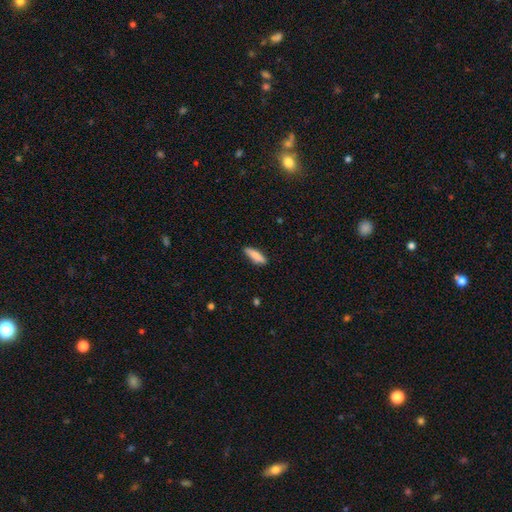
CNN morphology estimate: smooth-or-featured: smooth: 83% | featured or disk: 12% | star or artifact: 6%
  how-rounded: cigar-shaped: 60% | in between: 38% | round: 2%
  merging: none: 88% | minor disturbance: 9% | major disturbance: 2% | merger: 1%